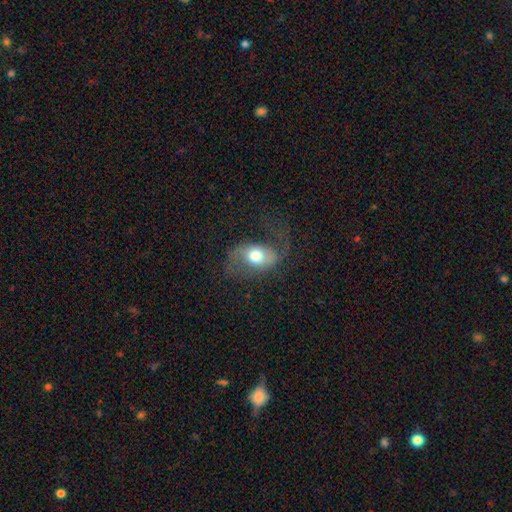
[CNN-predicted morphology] Q: Smooth or featured?
A: featured or disk (55%); runner-up: smooth (37%)
Q: Edge-on disk?
A: no (94%); runner-up: yes (6%)
Q: Bar?
A: no (63%); runner-up: weak (26%)
Q: Spiral arms?
A: yes (78%); runner-up: no (22%)
Q: Bulge size?
A: moderate (66%); runner-up: large (22%)
Q: Merging?
A: none (46%); runner-up: major disturbance (31%)